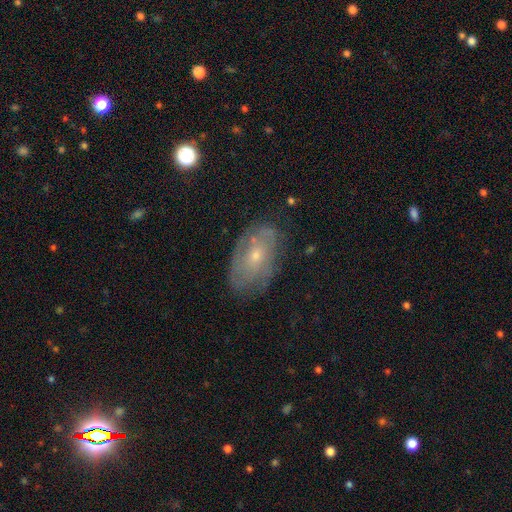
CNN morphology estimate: Smooth or featured?
  - featured or disk: 62% *
  - smooth: 30%
  - star or artifact: 8%
Edge-on disk?
  - no: 93% *
  - yes: 7%
Bar?
  - no: 80% *
  - weak: 17%
  - strong: 3%
Spiral arms?
  - yes: 66% *
  - no: 34%
Bulge size?
  - small: 66% *
  - moderate: 31%
  - none: 2%
  - large: 1%
  - dominant: 1%
Merging?
  - none: 70% *
  - minor disturbance: 21%
  - major disturbance: 7%
  - merger: 1%